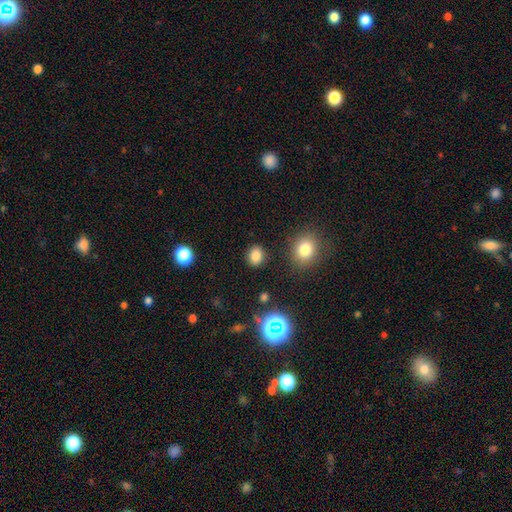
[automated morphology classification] smooth-or-featured: smooth: 81% | star or artifact: 14% | featured or disk: 4%
  how-rounded: round: 62% | in between: 37% | cigar-shaped: 1%
  merging: none: 87% | minor disturbance: 8% | major disturbance: 3% | merger: 2%